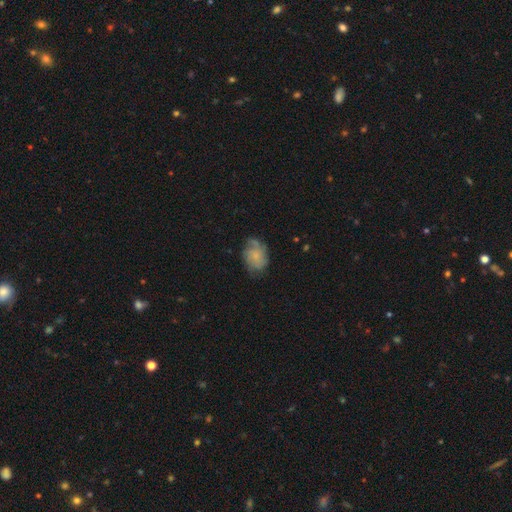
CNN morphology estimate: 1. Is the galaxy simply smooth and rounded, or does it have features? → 50% smooth, 41% featured or disk, 9% star or artifact.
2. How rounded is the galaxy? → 76% in between, 23% round, 1% cigar-shaped.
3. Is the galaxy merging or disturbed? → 57% none, 29% minor disturbance, 12% major disturbance, 2% merger.